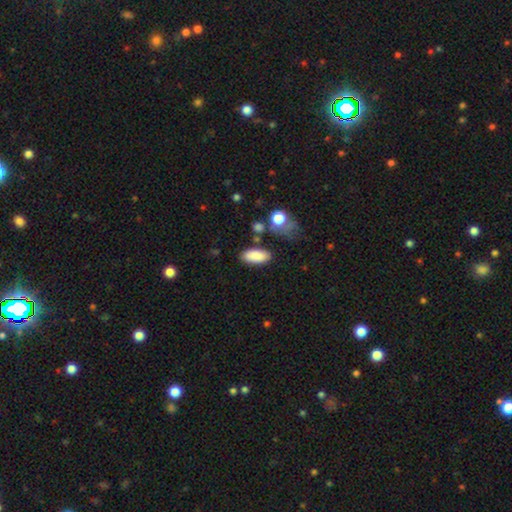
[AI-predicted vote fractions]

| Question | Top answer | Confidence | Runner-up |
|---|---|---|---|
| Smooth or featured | smooth | 87% | star or artifact (7%) |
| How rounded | in between | 89% | cigar-shaped (8%) |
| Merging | none | 79% | minor disturbance (12%) |